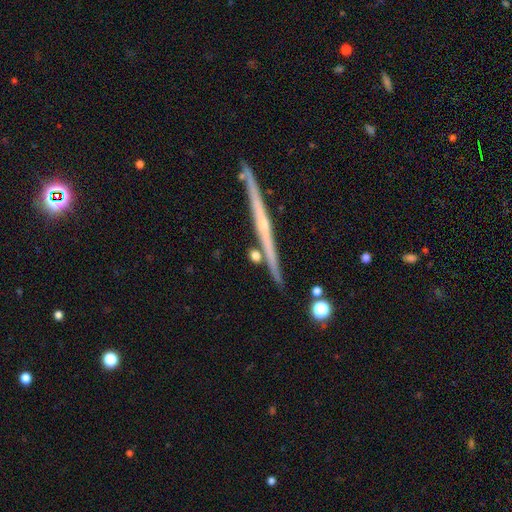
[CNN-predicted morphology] smooth-or-featured: smooth: 51% | featured or disk: 38% | star or artifact: 10%
  how-rounded: cigar-shaped: 46% | round: 41% | in between: 13%
  merging: none: 75% | merger: 13% | minor disturbance: 10% | major disturbance: 3%